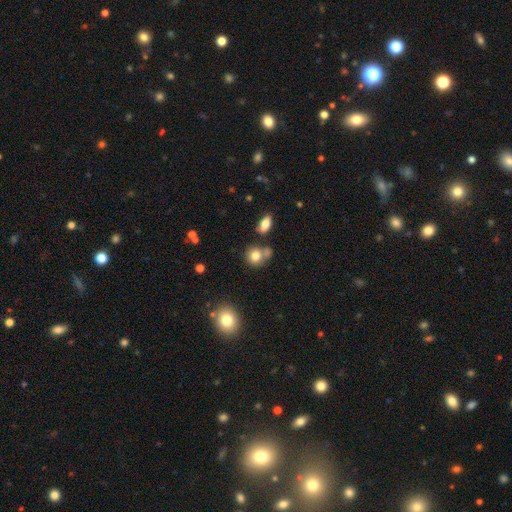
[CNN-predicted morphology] The model was most divided on "merging": none: 57%, merger: 24%, minor disturbance: 13%, major disturbance: 5%. More confident: smooth or featured — smooth (80%); how rounded — round (77%).